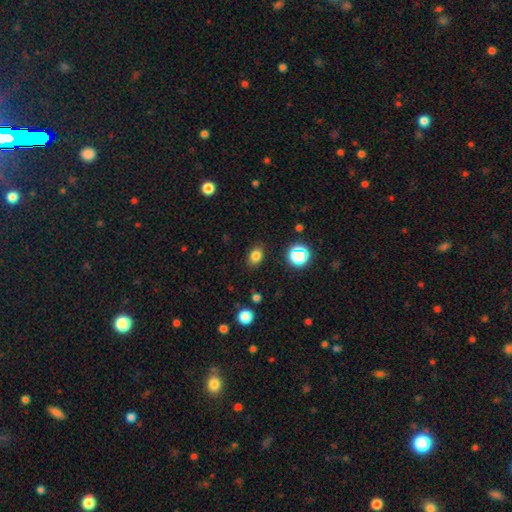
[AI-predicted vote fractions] A smooth galaxy with no disk features (80%) that is in between round and cigar-shaped (66%).

Vote fractions:
- Smooth or featured? smooth: 80% / star or artifact: 15% / featured or disk: 6%
- How rounded? in between: 66% / round: 33% / cigar-shaped: 1%
- Merging? none: 85% / minor disturbance: 10% / major disturbance: 3% / merger: 2%